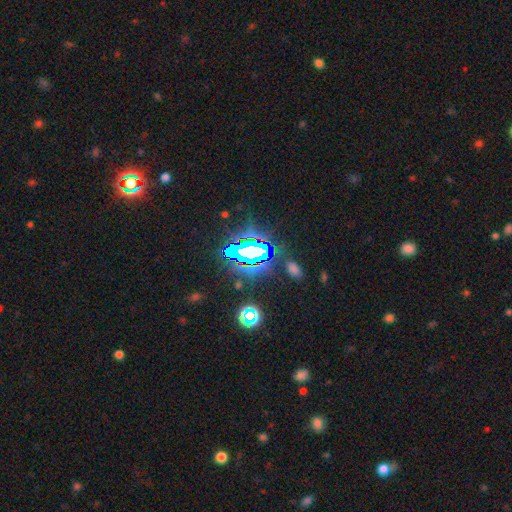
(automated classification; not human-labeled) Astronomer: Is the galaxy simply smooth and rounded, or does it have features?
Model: star or artifact — 79%.